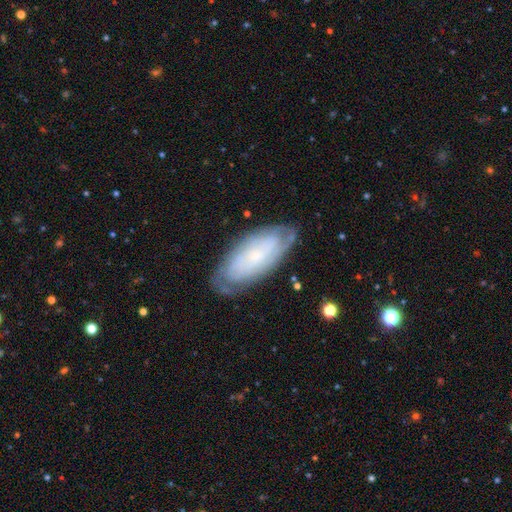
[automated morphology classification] This appears to be a featured or disk galaxy (63%) with no bar (76%), spiral arms (84%) and a small central bulge (77%). Merging: none (76%).